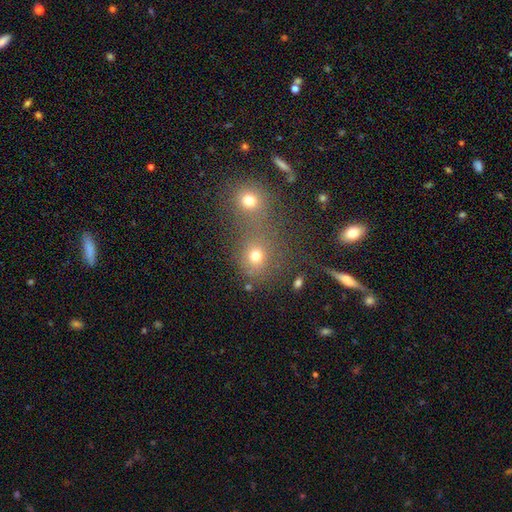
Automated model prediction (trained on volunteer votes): Overall: smooth (72%). How rounded: round (78%). Merging: merger (47%; none 42%).